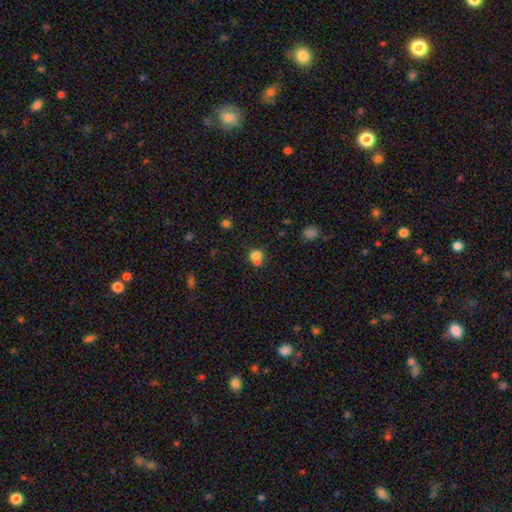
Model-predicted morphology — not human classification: Smooth or featured? smooth (75%)
How rounded? round (73%)
Merging? merger (50%)